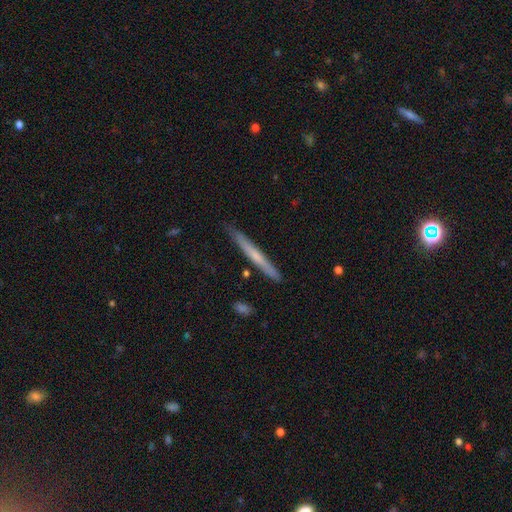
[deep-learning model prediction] Overall: smooth (49%; featured or disk 45%). Merging: none (85%).